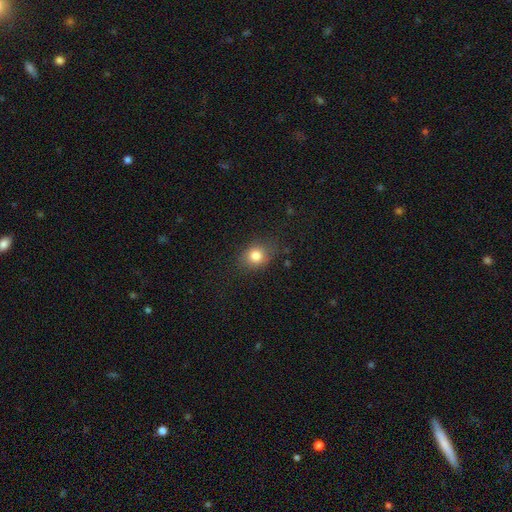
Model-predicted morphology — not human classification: A smooth galaxy with no disk features (81%) that is round (61%). Merging: none (77%).